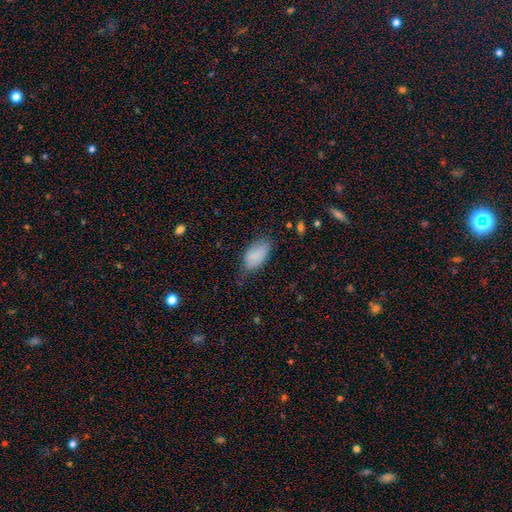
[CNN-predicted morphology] This is clearly a smooth galaxy (82%). How rounded: clearly in between (93%). Merging: possibly none (47%).